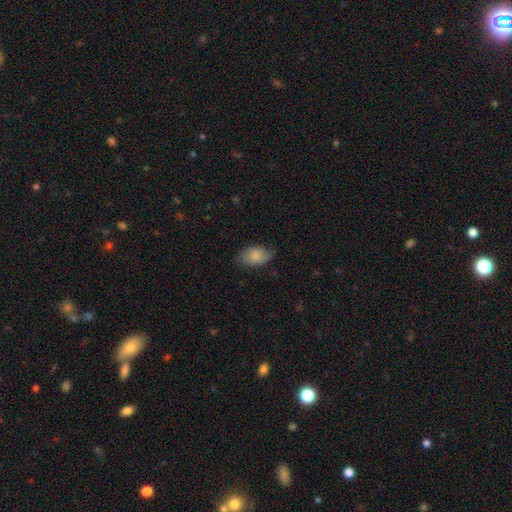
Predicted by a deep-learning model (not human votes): Smooth or featured? smooth (73%)
How rounded? in between (91%)
Merging? none (63%)